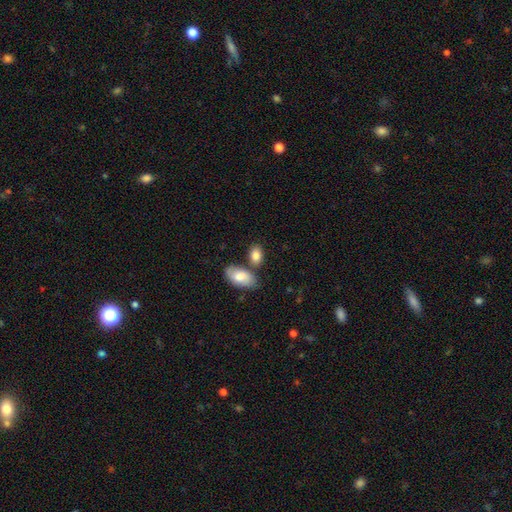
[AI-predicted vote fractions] Overall: smooth (84%). How rounded: in between (88%). Merging: none (61%; merger 22%).